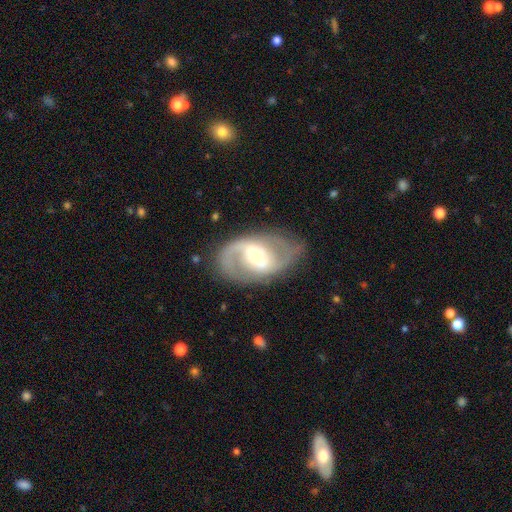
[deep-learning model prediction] smooth-or-featured: featured or disk: 85% | smooth: 10% | star or artifact: 5%
  disk-edge-on: no: 96% | yes: 4%
    bar: weak: 44% | strong: 35% | no: 21%
    has-spiral-arms: yes: 91% | no: 9%
      spiral-winding: medium: 49% | loose: 34% | tight: 17%
      spiral-arm-count: 2: 88% | can't tell: 5% | 1: 3% | 3: 1% | 4: 1% | more than 4: 1%
    bulge-size: moderate: 51% | small: 39% | large: 7% | dominant: 1% | none: 1%
  merging: none: 77% | minor disturbance: 14% | major disturbance: 8% | merger: 2%